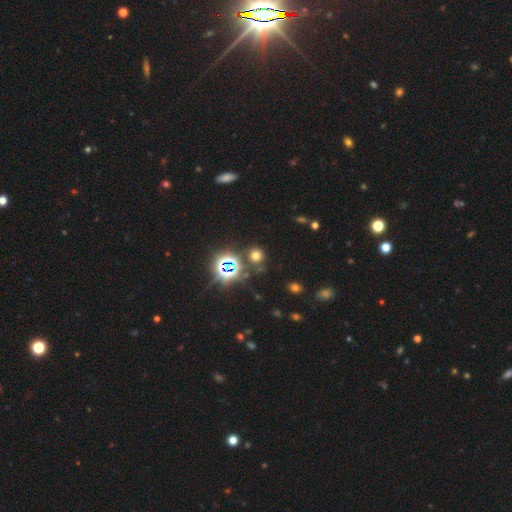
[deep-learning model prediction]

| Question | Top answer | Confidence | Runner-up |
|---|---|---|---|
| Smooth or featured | smooth | 57% | star or artifact (35%) |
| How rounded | round | 86% | in between (12%) |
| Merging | none | 81% | minor disturbance (9%) |